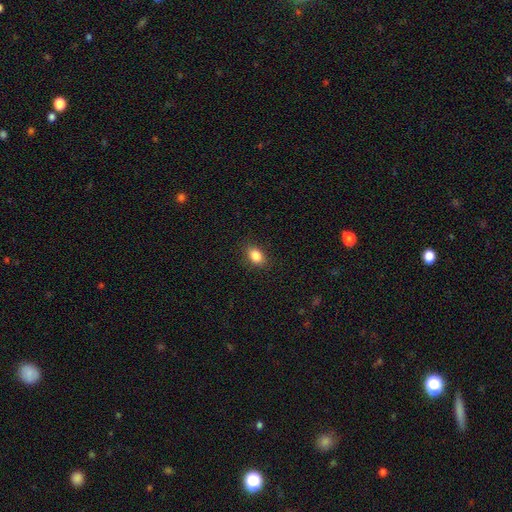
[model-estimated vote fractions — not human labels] smooth_or_featured: smooth (p=0.85) [alt: star or artifact p=0.09]
how_rounded: in between (p=0.77) [alt: round p=0.21]
merging: none (p=0.88) [alt: minor disturbance p=0.09]